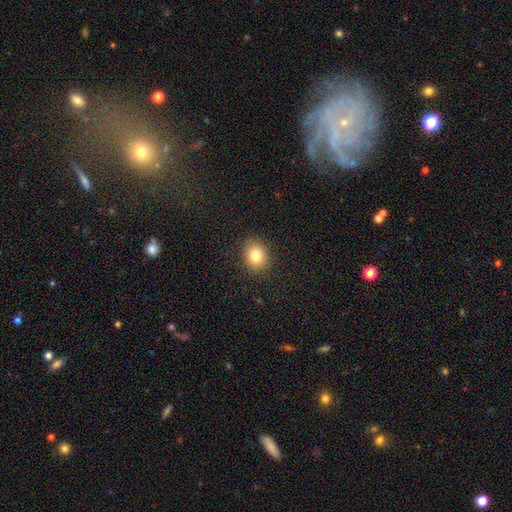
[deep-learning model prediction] This appears to be a smooth galaxy with no disk features (82%) that is round (63%). Merging: none (89%).